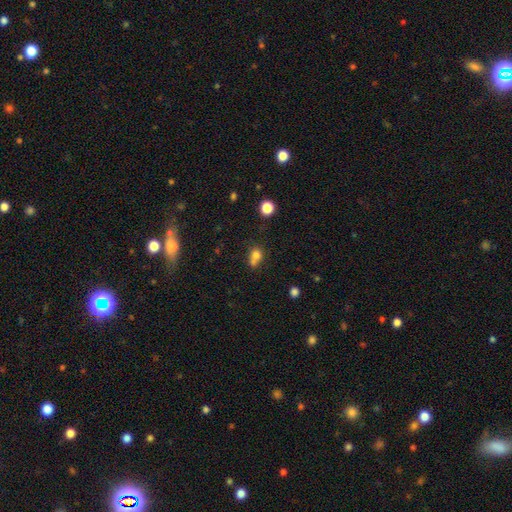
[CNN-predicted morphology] The model was most divided on "merging": merger: 39%, none: 36%, minor disturbance: 17%, major disturbance: 8%. More confident: smooth or featured — smooth (75%); how rounded — round (57%).